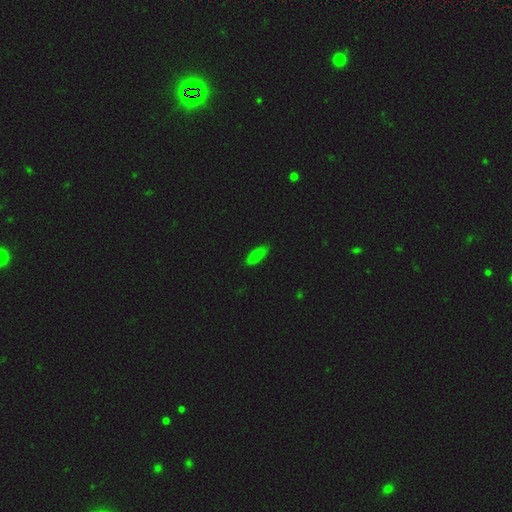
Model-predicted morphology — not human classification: This appears to be a smooth galaxy with no disk features (84%) that is in between round and cigar-shaped (66%). Merging: none (83%).